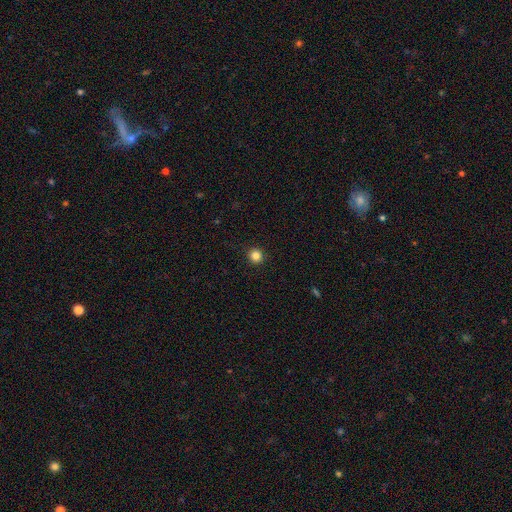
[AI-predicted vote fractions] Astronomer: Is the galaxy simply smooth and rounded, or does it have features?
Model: smooth — 84%.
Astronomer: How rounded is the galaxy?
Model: round — 95%.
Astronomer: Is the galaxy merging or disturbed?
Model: none — 93%.